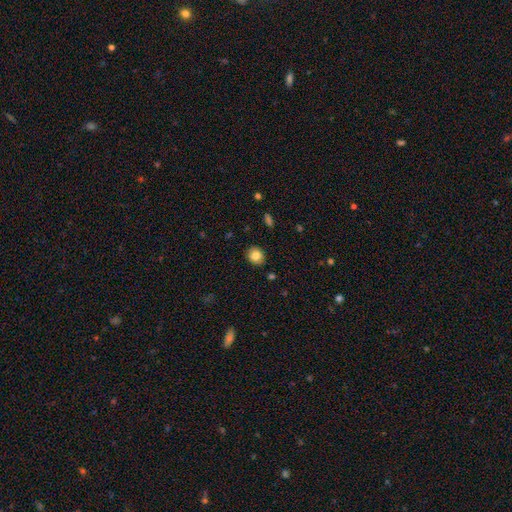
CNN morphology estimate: type=smooth (81%); roundness=round (72%); merging=none (89%).